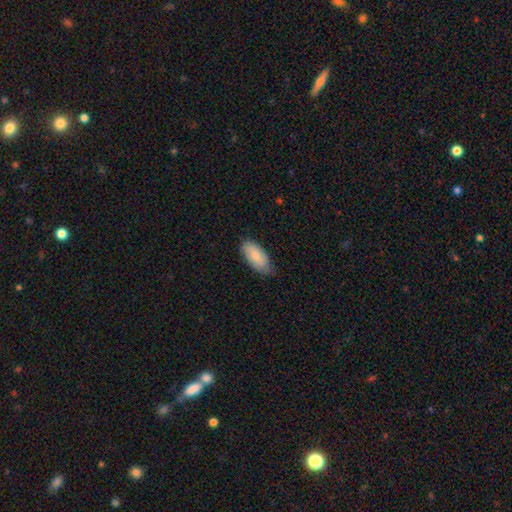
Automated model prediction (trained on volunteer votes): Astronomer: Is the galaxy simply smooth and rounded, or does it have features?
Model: smooth — 83%.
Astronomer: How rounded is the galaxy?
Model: in between — 92%.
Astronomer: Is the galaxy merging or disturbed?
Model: none — 69%.